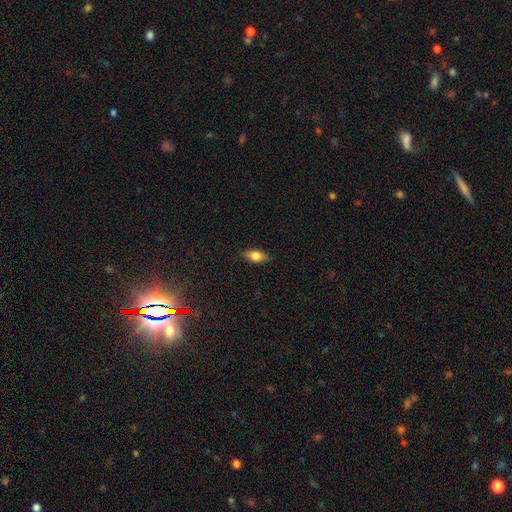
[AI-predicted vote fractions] This appears to be a smooth galaxy with no disk features (76%) that is in between round and cigar-shaped (85%). Merging: none (85%).